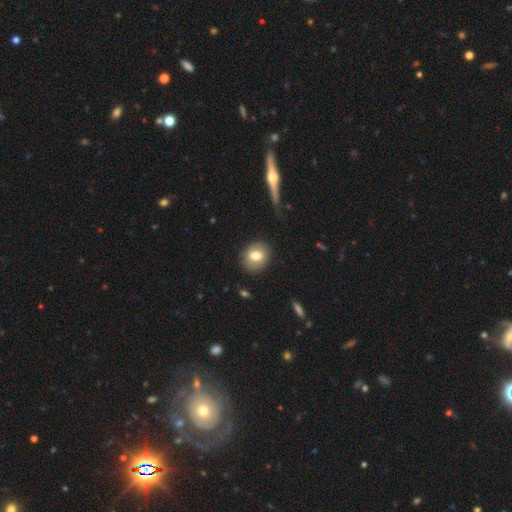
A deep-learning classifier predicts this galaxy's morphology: smooth-or-featured: smooth: 73% | featured or disk: 19% | star or artifact: 9%
  how-rounded: round: 62% | in between: 37% | cigar-shaped: 1%
  merging: none: 85% | minor disturbance: 10% | major disturbance: 3% | merger: 1%